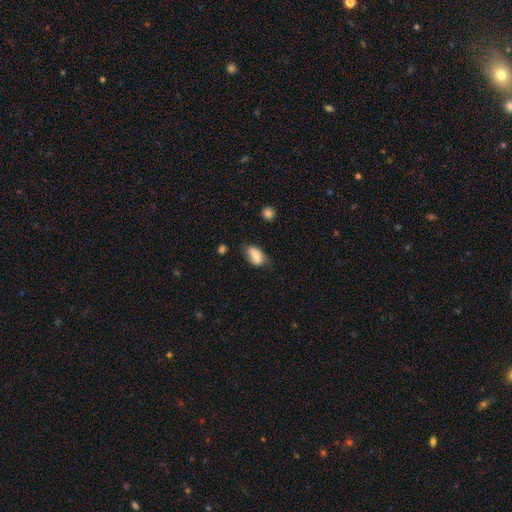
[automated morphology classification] A smooth galaxy with no disk features (78%) that is in between round and cigar-shaped (90%).

Vote fractions:
- Smooth or featured? smooth: 78% / featured or disk: 15% / star or artifact: 7%
- How rounded? in between: 90% / round: 6% / cigar-shaped: 4%
- Merging? none: 64% / minor disturbance: 27% / major disturbance: 6% / merger: 3%